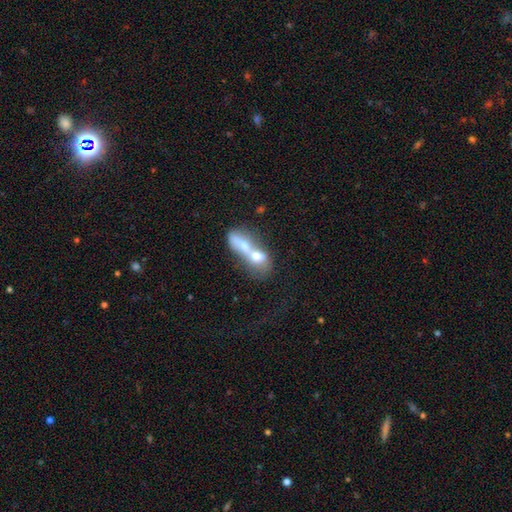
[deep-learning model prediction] A smooth galaxy with no disk features (46%).

Vote fractions:
- Smooth or featured? smooth: 46% / featured or disk: 44% / star or artifact: 10%
- Merging? merger: 78% / none: 12% / major disturbance: 6% / minor disturbance: 5%